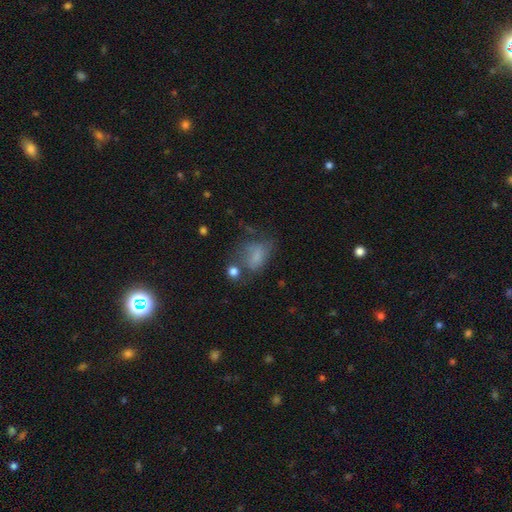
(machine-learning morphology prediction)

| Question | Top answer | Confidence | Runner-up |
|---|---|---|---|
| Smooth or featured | smooth | 65% | featured or disk (20%) |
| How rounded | in between | 79% | round (19%) |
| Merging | none | 35% | major disturbance (27%) |